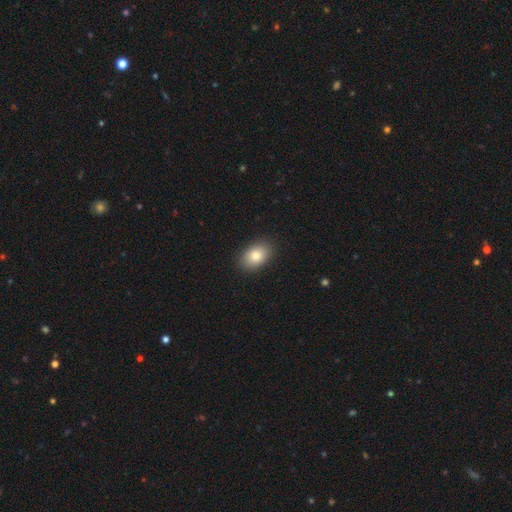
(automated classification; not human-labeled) Morphology: type=smooth (83%); roundness=in between (84%); merging=none (89%).